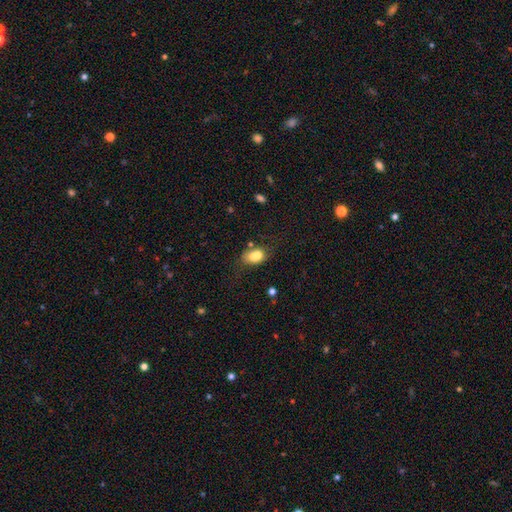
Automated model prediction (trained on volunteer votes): smooth-or-featured: smooth: 77% | featured or disk: 13% | star or artifact: 9%
  how-rounded: in between: 78% | round: 20% | cigar-shaped: 2%
  merging: none: 45% | minor disturbance: 25% | merger: 18% | major disturbance: 11%